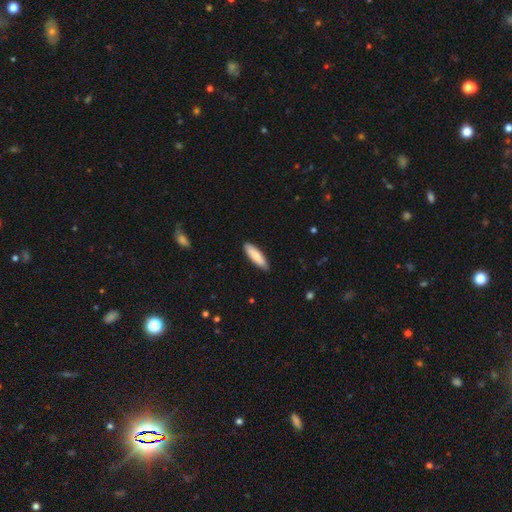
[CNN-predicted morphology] Overall: smooth (80%). How rounded: cigar-shaped (59%; in between 40%). Merging: none (88%).